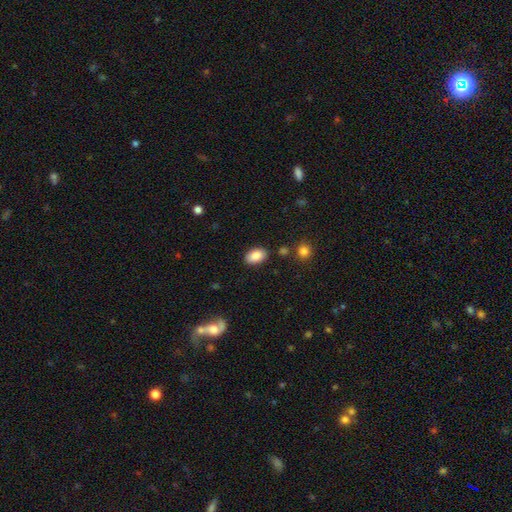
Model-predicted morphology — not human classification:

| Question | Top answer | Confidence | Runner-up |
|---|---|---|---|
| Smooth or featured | smooth | 86% | star or artifact (8%) |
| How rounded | in between | 90% | round (8%) |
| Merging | none | 86% | minor disturbance (10%) |